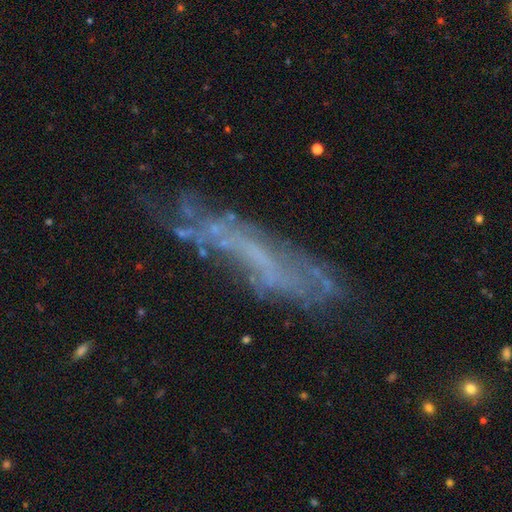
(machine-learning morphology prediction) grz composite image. It shows a featured or disk galaxy (62%). Merging: none (57%).